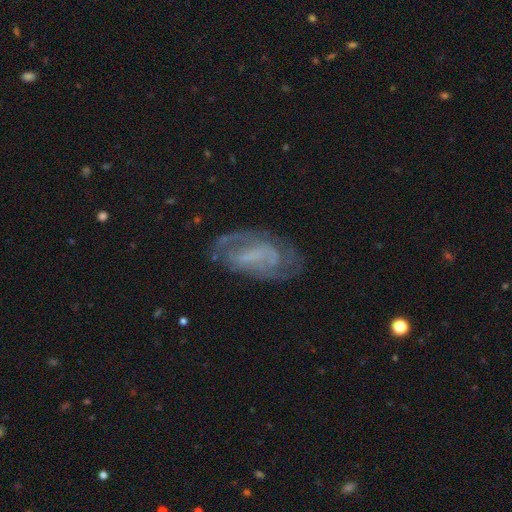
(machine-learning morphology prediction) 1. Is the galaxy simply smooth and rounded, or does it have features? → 71% featured or disk, 20% smooth, 10% star or artifact.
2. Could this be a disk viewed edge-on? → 94% no, 6% yes.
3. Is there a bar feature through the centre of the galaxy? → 40% weak, 32% no, 28% strong.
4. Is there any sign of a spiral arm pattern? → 77% yes, 23% no.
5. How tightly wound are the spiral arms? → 41% medium, 40% tight, 19% loose.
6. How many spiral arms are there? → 53% 2, 32% can't tell, 6% 1, 5% 3, 2% 4, 2% more than 4.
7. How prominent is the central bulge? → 58% none, 26% small, 12% moderate, 4% large, 1% dominant.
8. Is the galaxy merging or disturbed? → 63% none, 21% minor disturbance, 14% major disturbance, 2% merger.